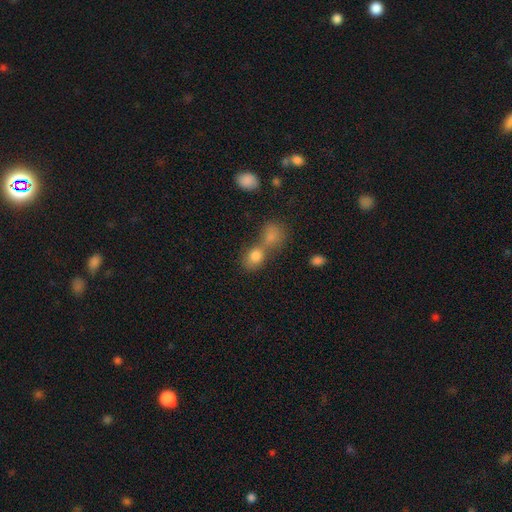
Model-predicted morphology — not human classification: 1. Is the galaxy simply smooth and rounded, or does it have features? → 78% smooth, 12% star or artifact, 10% featured or disk.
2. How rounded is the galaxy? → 52% round, 46% in between, 2% cigar-shaped.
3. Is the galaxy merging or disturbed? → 56% merger, 32% none, 7% minor disturbance, 4% major disturbance.